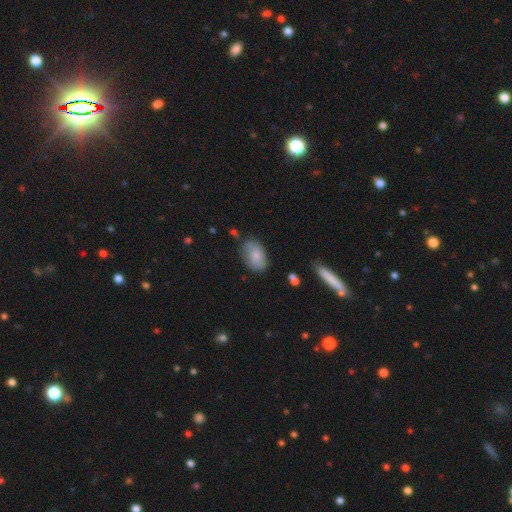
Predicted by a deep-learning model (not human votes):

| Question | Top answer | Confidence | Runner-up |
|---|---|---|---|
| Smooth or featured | smooth | 72% | featured or disk (21%) |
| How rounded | in between | 89% | round (10%) |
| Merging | none | 68% | minor disturbance (23%) |